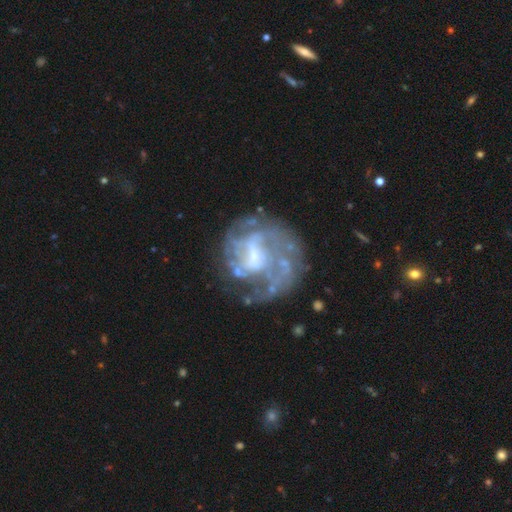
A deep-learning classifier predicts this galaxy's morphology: smooth-or-featured: featured or disk: 79% | smooth: 12% | star or artifact: 9%
  disk-edge-on: no: 98% | yes: 2%
    bar: weak: 47% | no: 38% | strong: 15%
    has-spiral-arms: yes: 75% | no: 25%
      spiral-winding: tight: 43% | medium: 37% | loose: 20%
      spiral-arm-count: can't tell: 42% | 2: 22% | 1: 13% | 3: 13% | 4: 6% | more than 4: 4%
    bulge-size: small: 41% | moderate: 30% | none: 23% | large: 4% | dominant: 1%
  merging: none: 56% | major disturbance: 22% | minor disturbance: 17% | merger: 4%